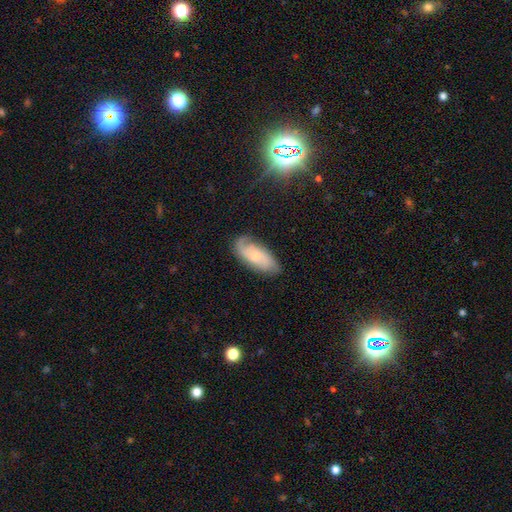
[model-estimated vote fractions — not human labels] The model was most divided on "smooth or featured": featured or disk: 54%, smooth: 38%, star or artifact: 7%. More confident: edge-on disk — no (91%); merging — none (70%).